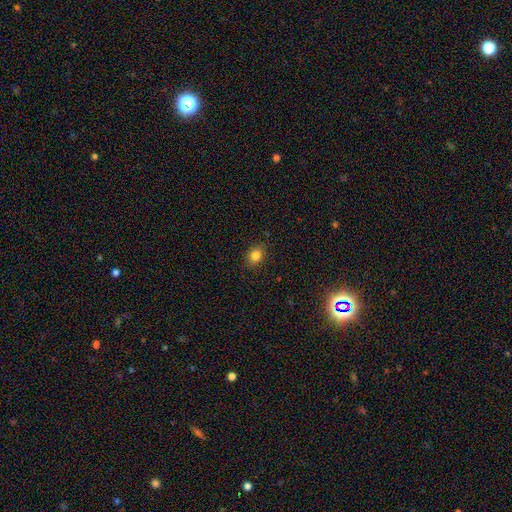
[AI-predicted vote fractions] Morphology: type=smooth (83%); roundness=in between (49%, tied with round); merging=none (87%).